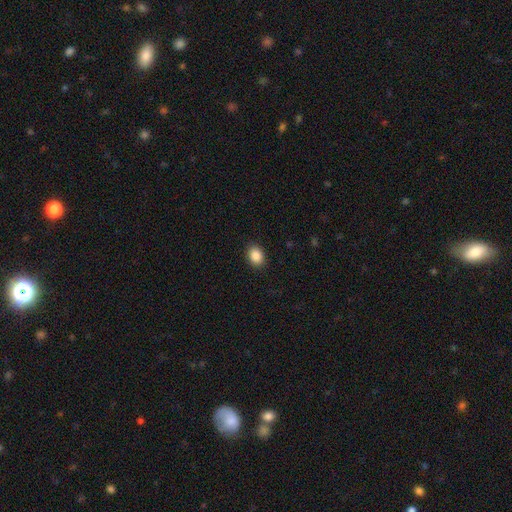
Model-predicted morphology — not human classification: smooth_or_featured: smooth (p=0.88) [alt: star or artifact p=0.09]
how_rounded: in between (p=0.69) [alt: round p=0.30]
merging: none (p=0.90) [alt: minor disturbance p=0.07]